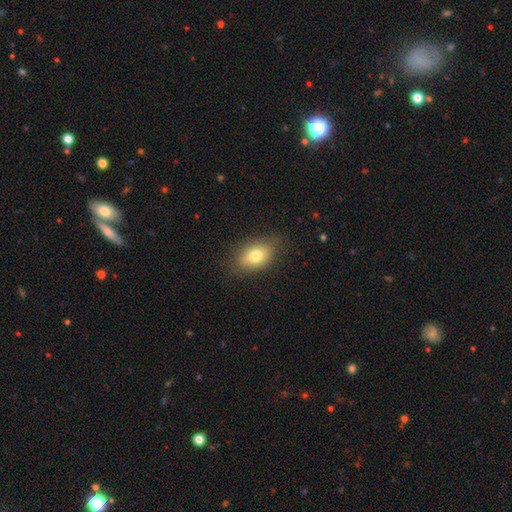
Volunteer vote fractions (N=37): Smooth or featured?
  - smooth: 89% *
  - featured or disk: 8%
  - star or artifact: 3%
How rounded?
  - in between: 85% *
  - round: 12%
  - cigar-shaped: 3%
Merging?
  - none: 75% *
  - minor disturbance: 22%
  - major disturbance: 3%
  - merger: 0%